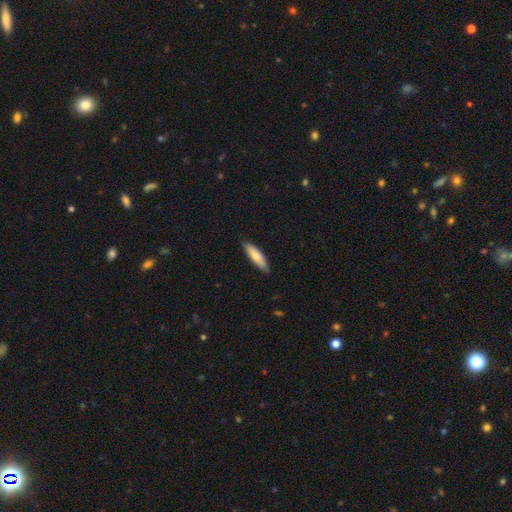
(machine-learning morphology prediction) Overall: smooth (79%). How rounded: cigar-shaped (61%; in between 37%). Merging: none (85%).